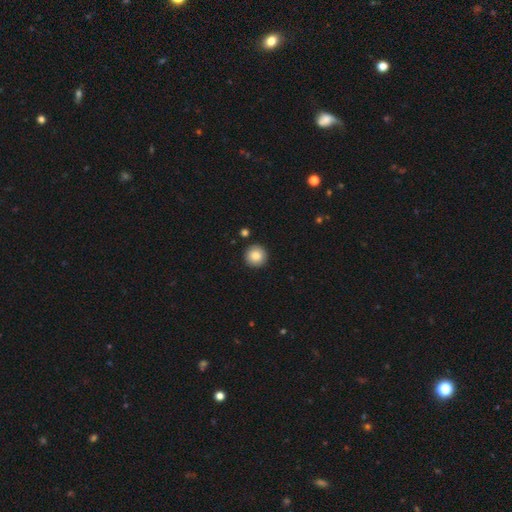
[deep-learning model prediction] Smooth or featured?
  - smooth: 87% *
  - star or artifact: 8%
  - featured or disk: 6%
How rounded?
  - round: 96% *
  - in between: 3%
  - cigar-shaped: 1%
Merging?
  - none: 90% *
  - minor disturbance: 6%
  - merger: 2%
  - major disturbance: 2%